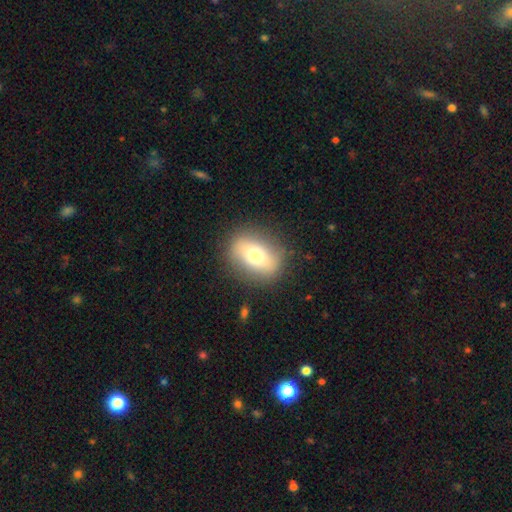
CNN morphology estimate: Smooth or featured? smooth (63%)
How rounded? in between (64%)
Merging? none (86%)